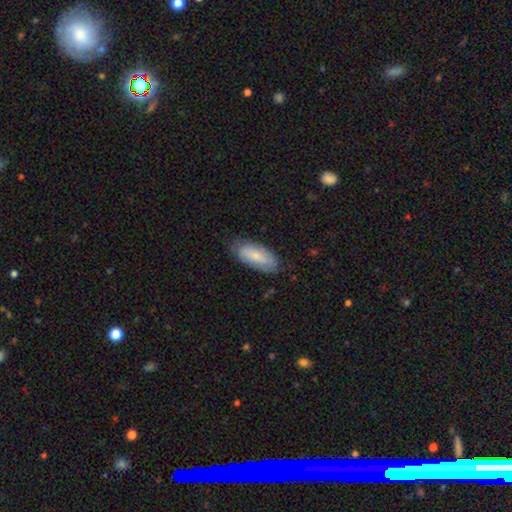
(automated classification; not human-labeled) Overall: smooth (71%). How rounded: in between (85%). Merging: none (75%).